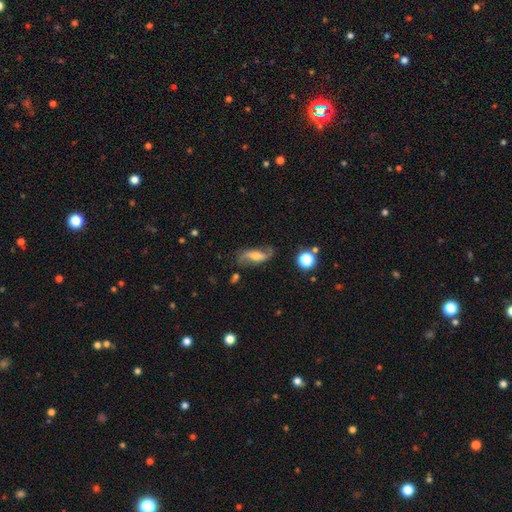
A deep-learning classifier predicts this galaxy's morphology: Overall: featured or disk (74%). Edge-on disk: no (89%). Bar: no (39%; weak 37%). Spiral arms: yes (93%). Spiral arm count: 2 (91%). Spiral winding: loose (70%). Bulge size: moderate (51%; small 30%). Merging: none (74%).